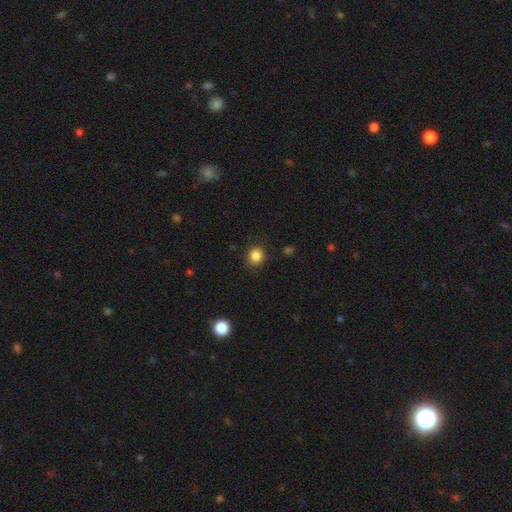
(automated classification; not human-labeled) Smooth or featured: smooth — 85% (star or artifact — 11%)
How rounded: round — 87% (in between — 12%)
Merging: none — 87% (minor disturbance — 9%)